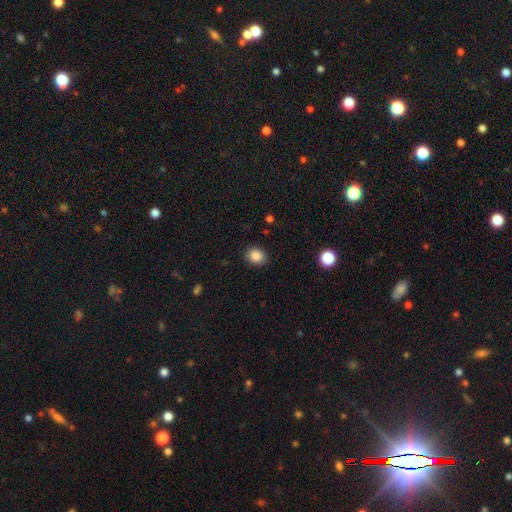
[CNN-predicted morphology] smooth-or-featured: smooth: 86% | star or artifact: 9% | featured or disk: 4%
  how-rounded: round: 54% | in between: 46% | cigar-shaped: 1%
  merging: none: 89% | minor disturbance: 8% | major disturbance: 2% | merger: 1%